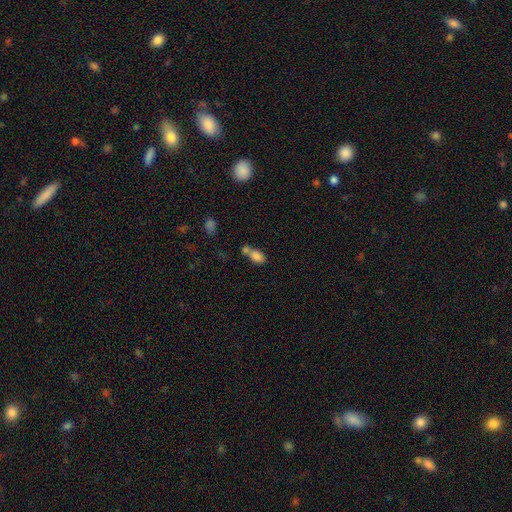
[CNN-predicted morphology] This appears to be a smooth galaxy with no disk features (81%) that is in between round and cigar-shaped (86%). Merging: merger (51%).